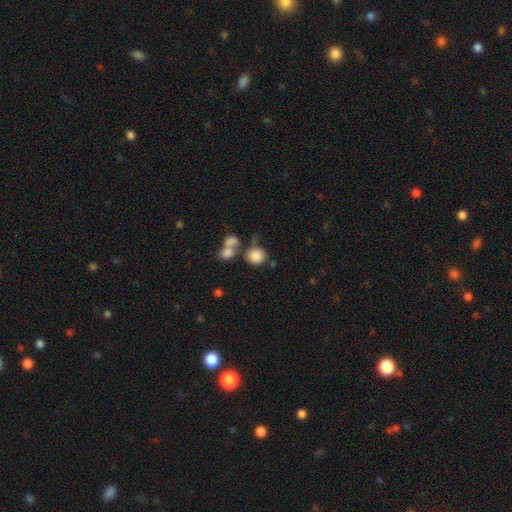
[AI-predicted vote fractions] Morphology: type=smooth (84%); roundness=round (86%); merging=none (47%).